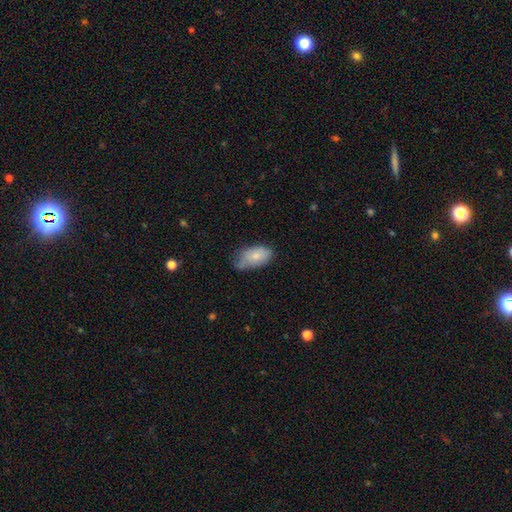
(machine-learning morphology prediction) smooth_or_featured: smooth (p=0.79) [alt: featured or disk p=0.14]
how_rounded: in between (p=0.94) [alt: round p=0.05]
merging: none (p=0.49) [alt: minor disturbance p=0.39]